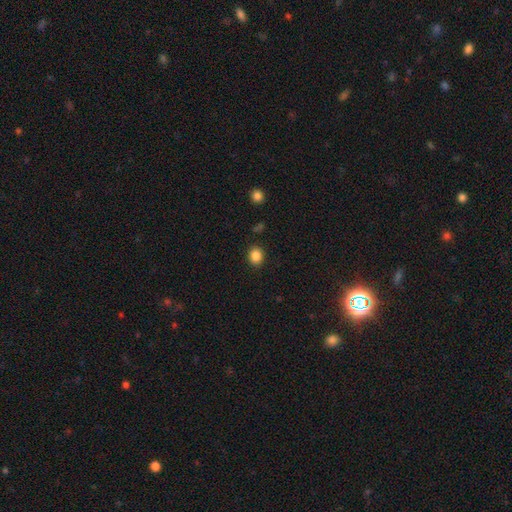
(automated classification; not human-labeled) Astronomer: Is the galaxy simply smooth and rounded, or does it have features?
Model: smooth — 86%.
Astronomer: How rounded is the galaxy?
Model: round — 66%.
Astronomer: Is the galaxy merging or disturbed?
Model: none — 89%.